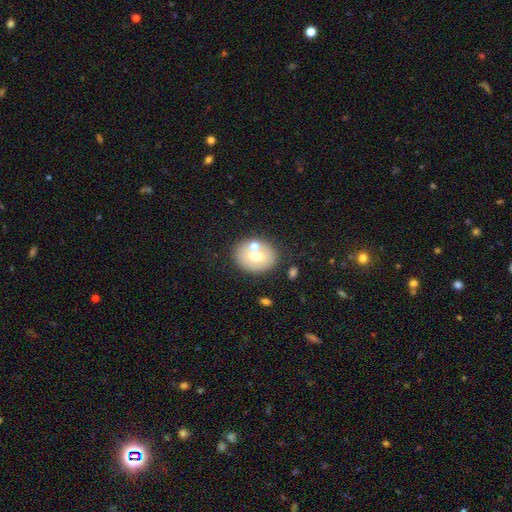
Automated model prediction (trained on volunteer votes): Morphology: type=smooth (60%); roundness=in between (55%); merging=none (67%).